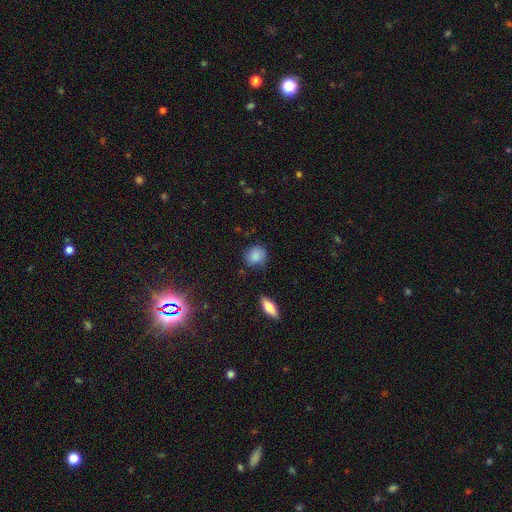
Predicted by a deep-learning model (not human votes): This is clearly a smooth galaxy (84%). How rounded: likely round (72%). Merging: likely none (76%).